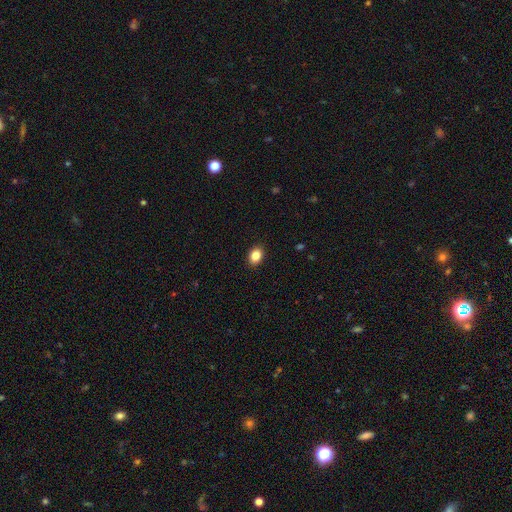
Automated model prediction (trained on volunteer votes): Smooth or featured? smooth (86%)
How rounded? in between (67%)
Merging? none (90%)